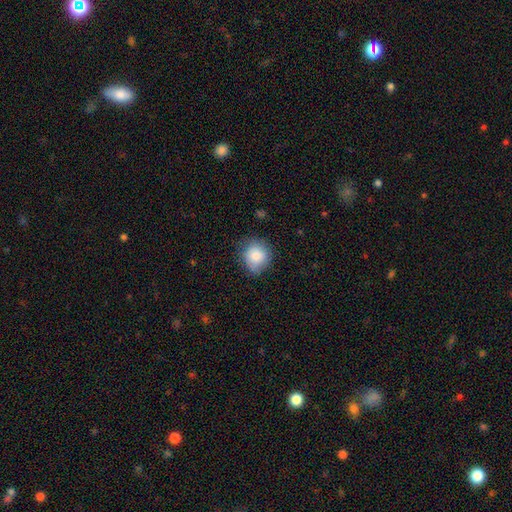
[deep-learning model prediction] Smooth or featured?
  - smooth: 83% *
  - featured or disk: 9%
  - star or artifact: 8%
How rounded?
  - round: 83% *
  - in between: 16%
  - cigar-shaped: 1%
Merging?
  - none: 73% *
  - minor disturbance: 21%
  - major disturbance: 5%
  - merger: 1%